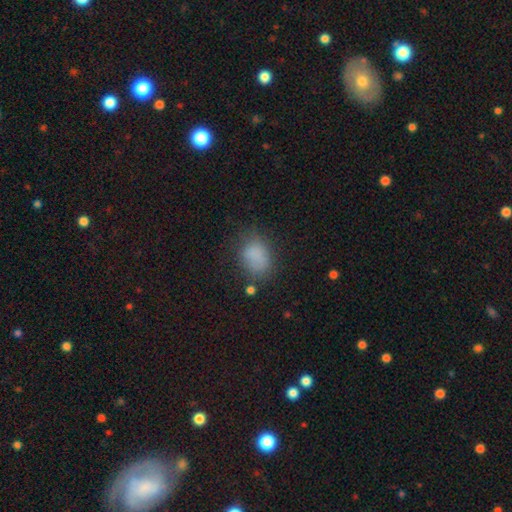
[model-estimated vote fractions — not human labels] smooth_or_featured: smooth (p=0.81) [alt: star or artifact p=0.11]
how_rounded: in between (p=0.74) [alt: round p=0.25]
merging: none (p=0.59) [alt: minor disturbance p=0.27]